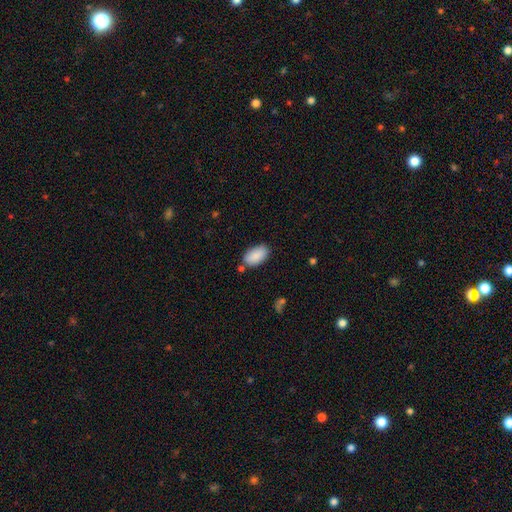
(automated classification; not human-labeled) Smooth or featured: smooth — 89% (star or artifact — 6%)
How rounded: in between — 95% (round — 3%)
Merging: none — 75% (minor disturbance — 16%)